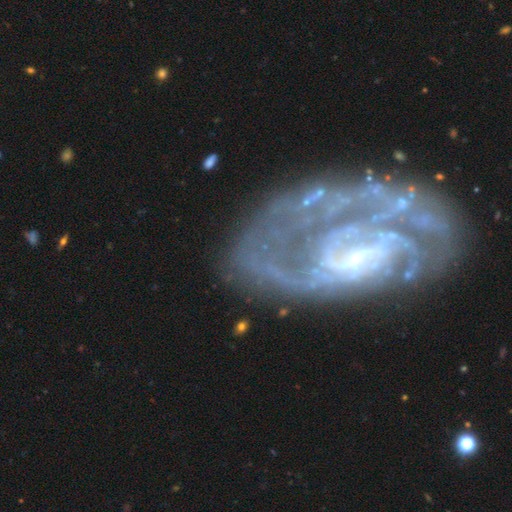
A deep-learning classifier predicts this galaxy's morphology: Smooth or featured? featured or disk (78%)
Edge-on disk? no (95%)
Bar? weak (38%)
Spiral arms? yes (74%)
Spiral winding? medium (38%)
Spiral arm count? 2 (39%)
Bulge size? small (46%)
Merging? none (48%)